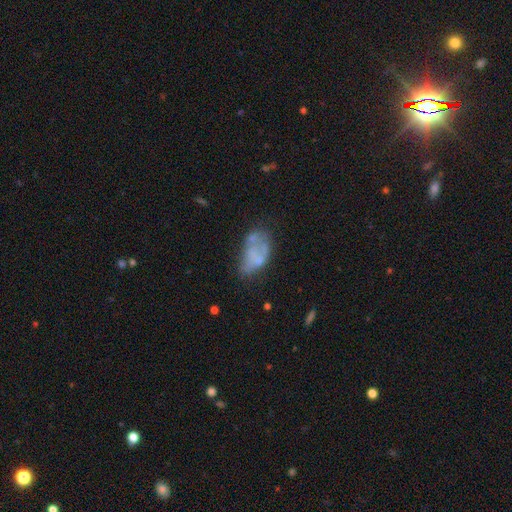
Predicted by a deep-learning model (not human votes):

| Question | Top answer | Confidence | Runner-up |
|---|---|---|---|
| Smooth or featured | featured or disk | 45% | tied: smooth (45%) |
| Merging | none | 33% | minor disturbance (25%) |